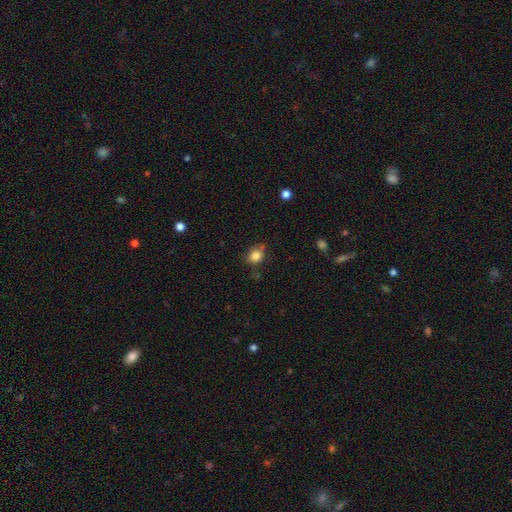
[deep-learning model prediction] smooth 83%, star or artifact 11%, featured or disk 6%. Down the decision tree: how rounded — round (61%); merging — none (65%).